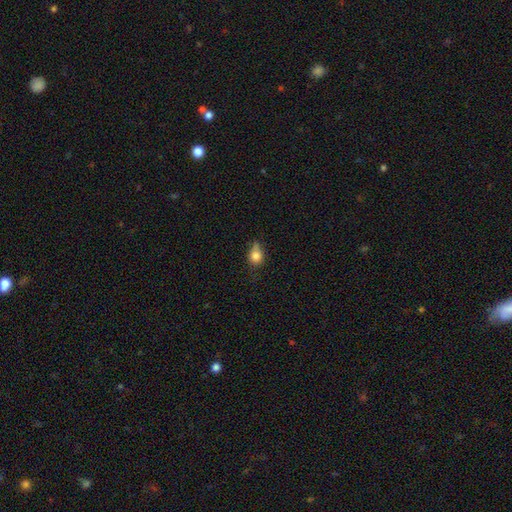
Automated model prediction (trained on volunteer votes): Morphology: type=smooth (80%); roundness=round (53%); merging=none (43%).